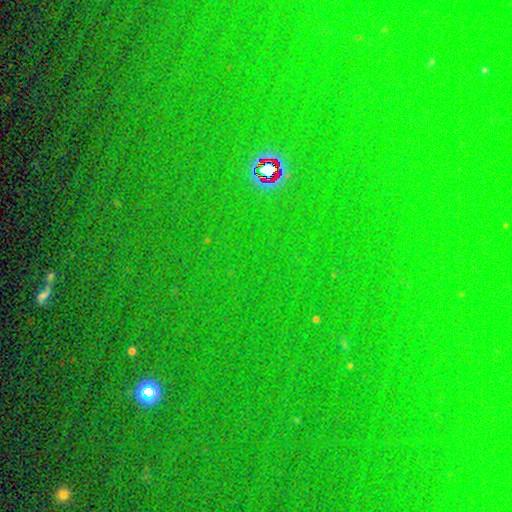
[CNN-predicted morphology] smooth_or_featured: star or artifact (p=0.81) [alt: smooth p=0.12]